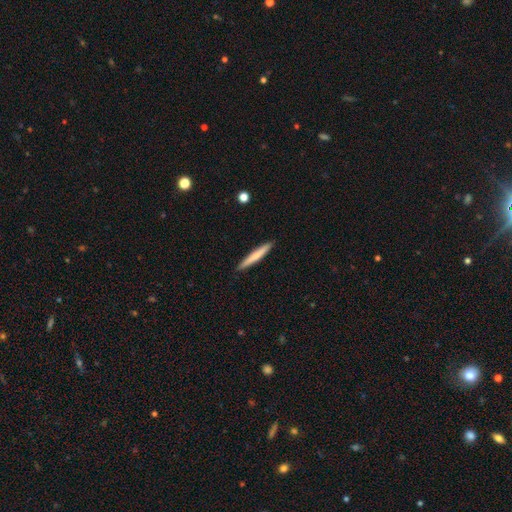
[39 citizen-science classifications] Smooth or featured? 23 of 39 (59%) said smooth. How rounded? 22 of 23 (96%) said cigar-shaped. Merging? 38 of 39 (97%) said none.